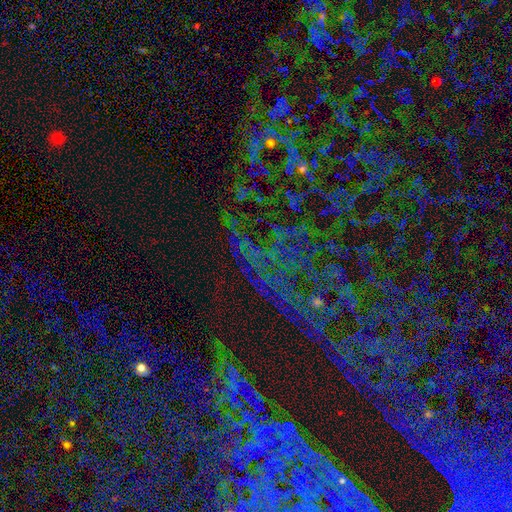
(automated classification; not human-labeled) Smooth or featured?
  - star or artifact: 82% *
  - featured or disk: 9%
  - smooth: 9%